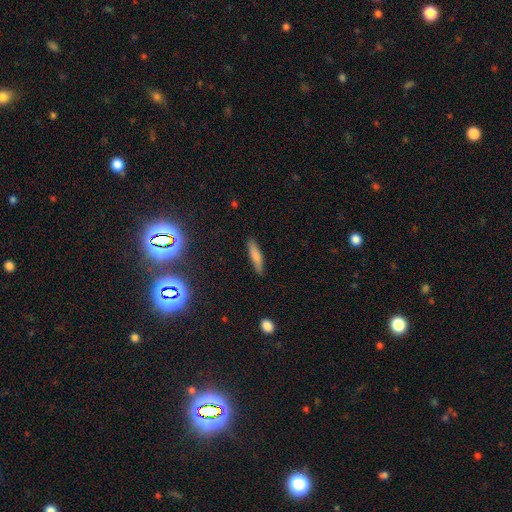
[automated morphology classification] This is likely a smooth galaxy (76%). How rounded: likely cigar-shaped (78%). Merging: clearly none (85%).